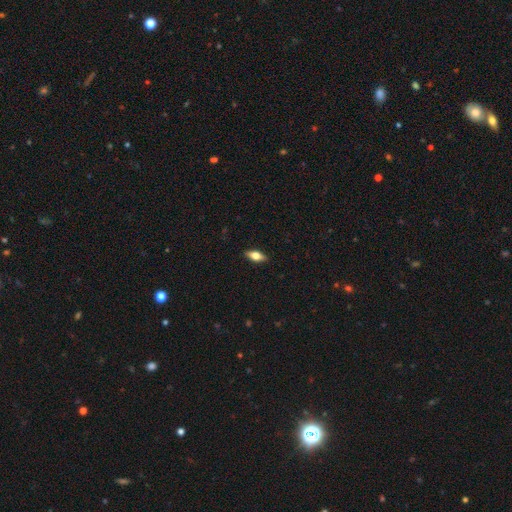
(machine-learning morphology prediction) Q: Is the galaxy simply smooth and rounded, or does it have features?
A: smooth — 60%.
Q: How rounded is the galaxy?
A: in between — 75%.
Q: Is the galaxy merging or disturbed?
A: none — 89%.